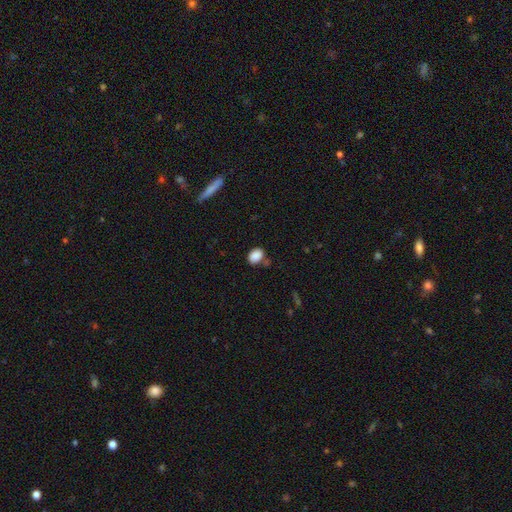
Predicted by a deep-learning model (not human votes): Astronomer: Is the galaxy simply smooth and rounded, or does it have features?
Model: smooth — 88%.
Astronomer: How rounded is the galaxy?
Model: in between — 77%.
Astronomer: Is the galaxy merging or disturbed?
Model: none — 69%.